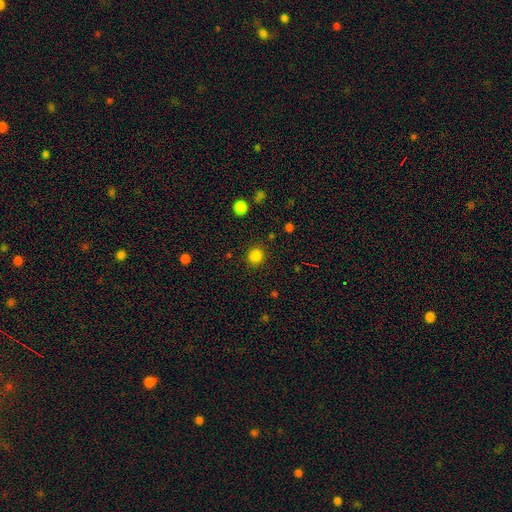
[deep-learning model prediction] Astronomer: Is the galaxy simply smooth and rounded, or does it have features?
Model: smooth — 85%.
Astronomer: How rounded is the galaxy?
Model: round — 89%.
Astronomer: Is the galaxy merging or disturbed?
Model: none — 89%.